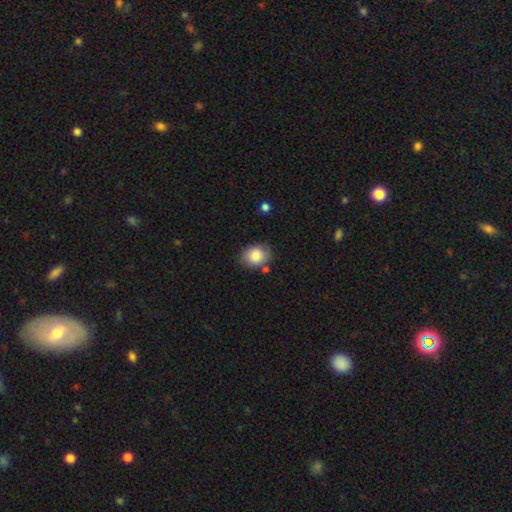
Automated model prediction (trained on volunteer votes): A smooth galaxy with no disk features (86%) that is round (56%).

Vote fractions:
- Smooth or featured? smooth: 86% / star or artifact: 8% / featured or disk: 6%
- How rounded? round: 56% / in between: 43% / cigar-shaped: 1%
- Merging? none: 79% / minor disturbance: 13% / merger: 5% / major disturbance: 3%